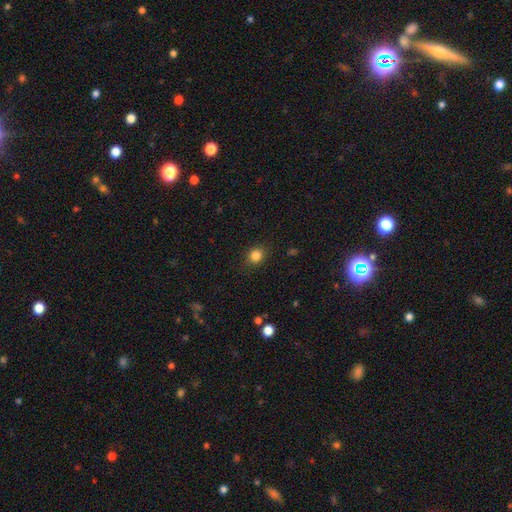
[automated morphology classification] Smooth or featured?
  - smooth: 84% *
  - star or artifact: 11%
  - featured or disk: 5%
How rounded?
  - round: 77% *
  - in between: 22%
  - cigar-shaped: 1%
Merging?
  - none: 88% *
  - minor disturbance: 9%
  - major disturbance: 3%
  - merger: 1%